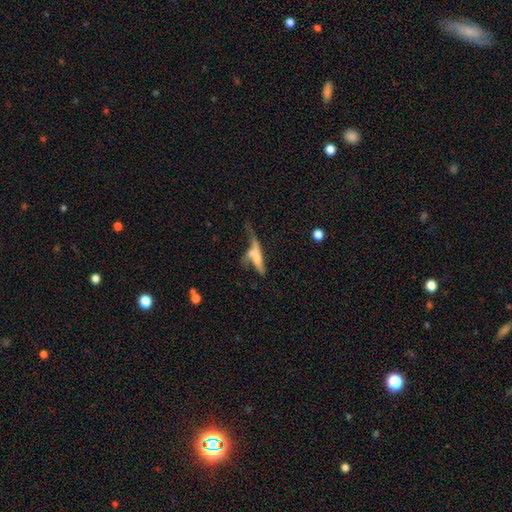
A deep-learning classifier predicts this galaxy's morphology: Smooth or featured? smooth (48%)
Merging? merger (38%)